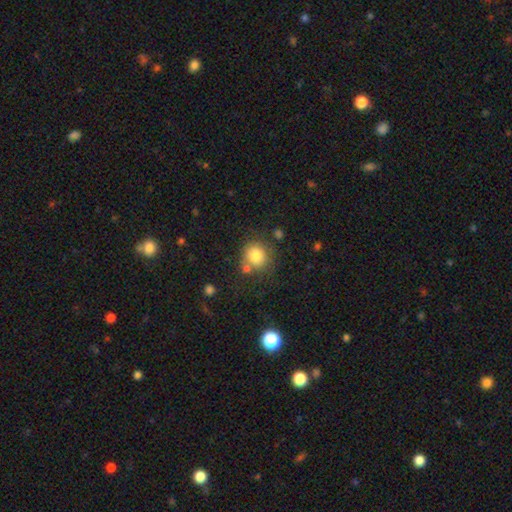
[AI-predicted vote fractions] Smooth or featured? Predicted: smooth (p=0.80). How rounded? Predicted: round (p=0.87). Merging? Predicted: none (p=0.68).